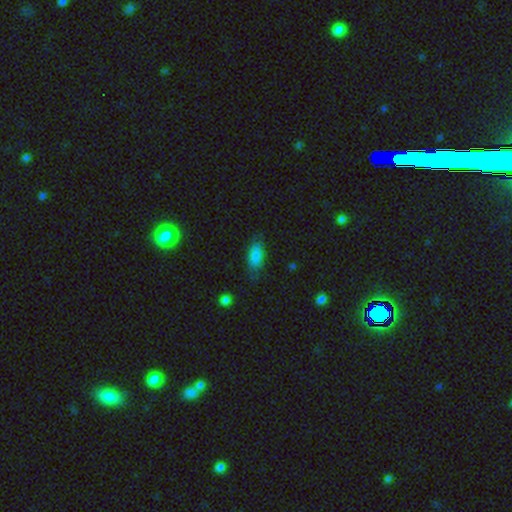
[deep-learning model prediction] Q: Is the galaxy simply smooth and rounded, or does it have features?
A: smooth — 83%.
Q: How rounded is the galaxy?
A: in between — 87%.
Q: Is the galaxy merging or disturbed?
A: none — 71%.